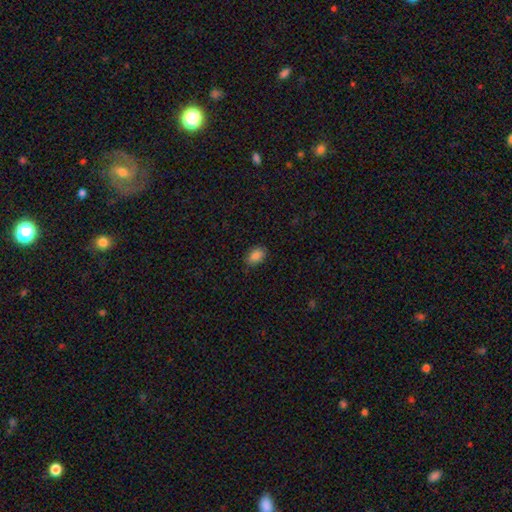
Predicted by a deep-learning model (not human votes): Smooth or featured?
  - smooth: 87% *
  - star or artifact: 9%
  - featured or disk: 4%
How rounded?
  - in between: 87% *
  - round: 12%
  - cigar-shaped: 1%
Merging?
  - none: 83% *
  - minor disturbance: 13%
  - major disturbance: 3%
  - merger: 1%